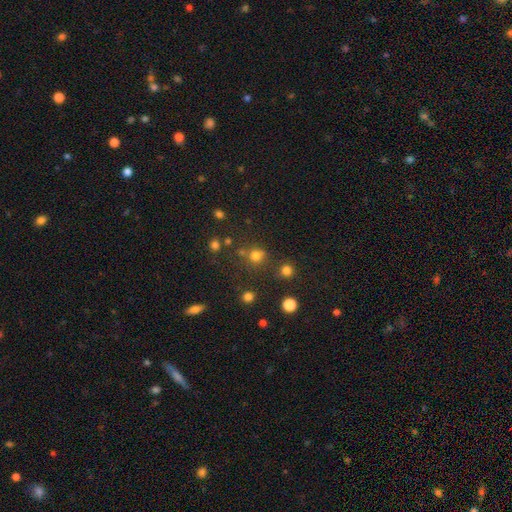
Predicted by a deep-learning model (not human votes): The model was most divided on "merging": none: 67%, merger: 17%, minor disturbance: 10%, major disturbance: 5%. More confident: how rounded — round (88%); smooth or featured — smooth (72%).